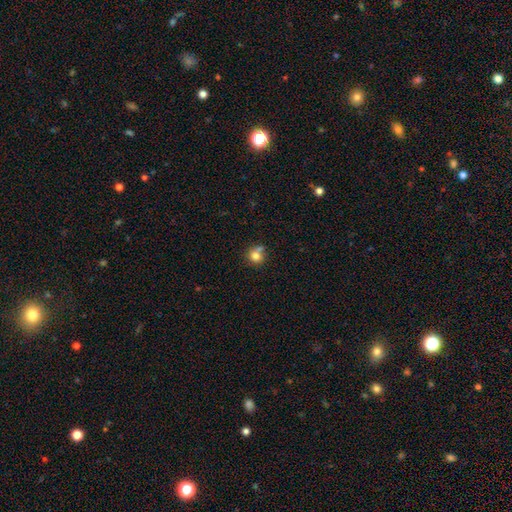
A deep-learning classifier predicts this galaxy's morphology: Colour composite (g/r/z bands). It shows a smooth galaxy with no disk features (78%) that is round (82%). Merging: none (51%).